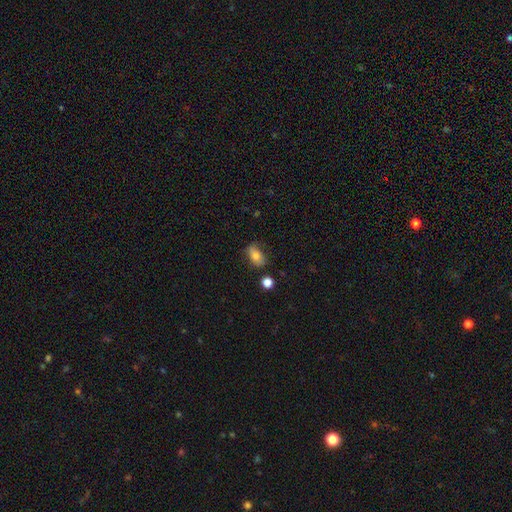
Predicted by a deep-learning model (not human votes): The model was most divided on "merging": none: 68%, minor disturbance: 23%, major disturbance: 6%, merger: 4%. More confident: how rounded — in between (83%); smooth or featured — smooth (73%).